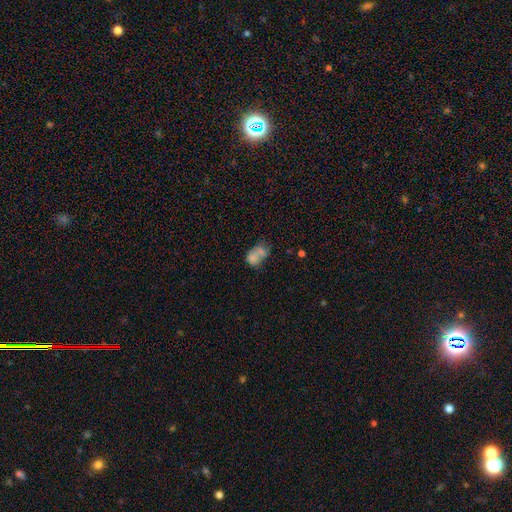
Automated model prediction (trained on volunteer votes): smooth_or_featured: smooth (p=0.67) [alt: featured or disk p=0.21]
how_rounded: in between (p=0.74) [alt: round p=0.25]
merging: merger (p=0.40) [alt: none p=0.25]